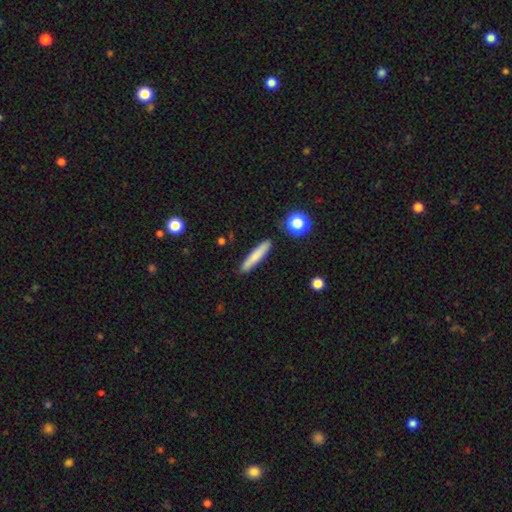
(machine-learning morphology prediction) smooth 78%, featured or disk 15%, star or artifact 7%. Down the decision tree: how rounded — cigar-shaped (90%); merging — none (89%).